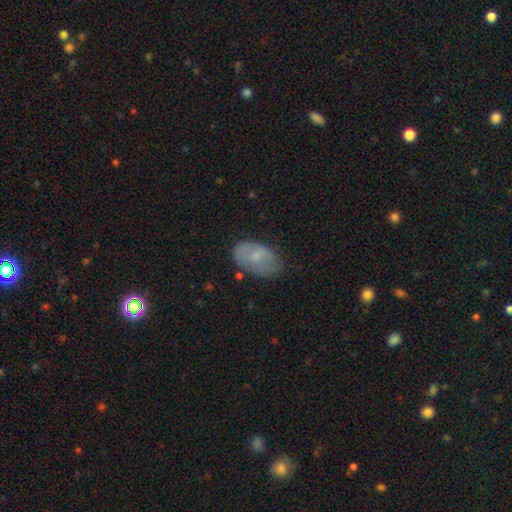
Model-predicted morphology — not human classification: Overall: smooth (65%; featured or disk 27%). How rounded: in between (92%). Merging: none (64%; minor disturbance 26%).